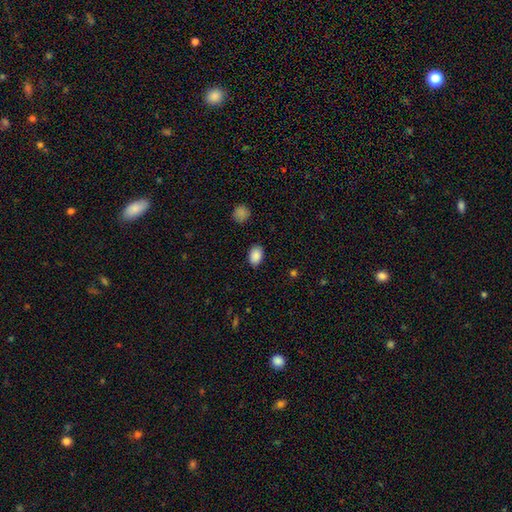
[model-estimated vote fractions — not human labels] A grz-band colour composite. It shows a smooth galaxy with no disk features (88%) that is in between round and cigar-shaped (82%). Merging: none (87%).